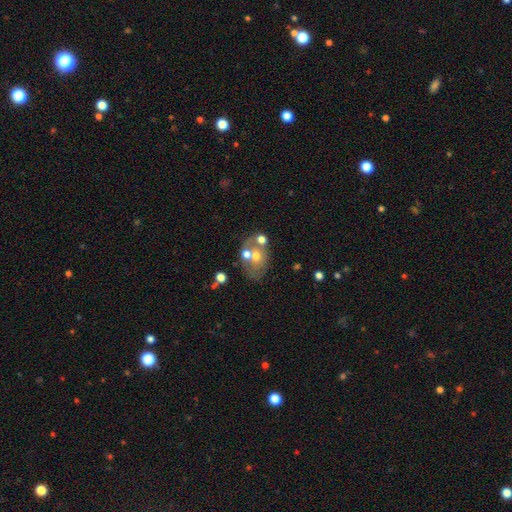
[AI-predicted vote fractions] The model was most divided on "merging": none: 39%, merger: 36%, minor disturbance: 15%, major disturbance: 10%. Remaining: smooth or featured — smooth (45%).